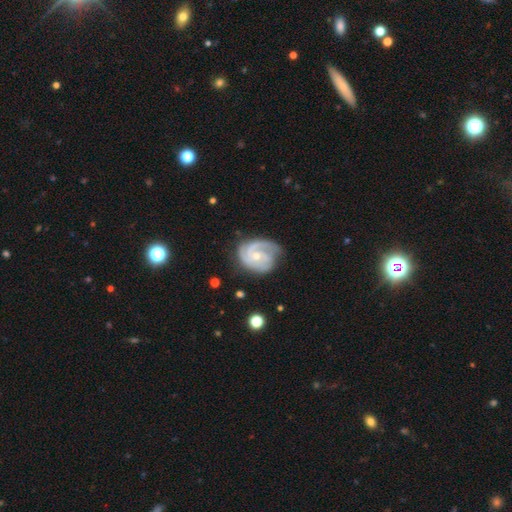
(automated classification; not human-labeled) Smooth or featured?
  - featured or disk: 86% *
  - smooth: 9%
  - star or artifact: 5%
Edge-on disk?
  - no: 98% *
  - yes: 2%
Bar?
  - no: 65% *
  - weak: 29%
  - strong: 5%
Spiral arms?
  - yes: 97% *
  - no: 3%
Spiral winding?
  - tight: 57% *
  - medium: 35%
  - loose: 8%
Spiral arm count?
  - 2: 38% *
  - 3: 33%
  - can't tell: 14%
  - 1: 8%
  - 4: 4%
  - more than 4: 3%
Bulge size?
  - small: 52% *
  - moderate: 45%
  - large: 1%
  - none: 1%
  - dominant: 1%
Merging?
  - none: 64% *
  - minor disturbance: 24%
  - major disturbance: 10%
  - merger: 2%